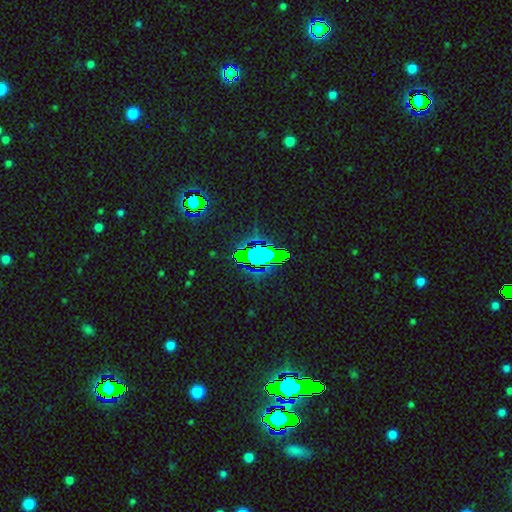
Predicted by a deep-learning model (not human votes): Smooth or featured: star or artifact — 69% (smooth — 20%)